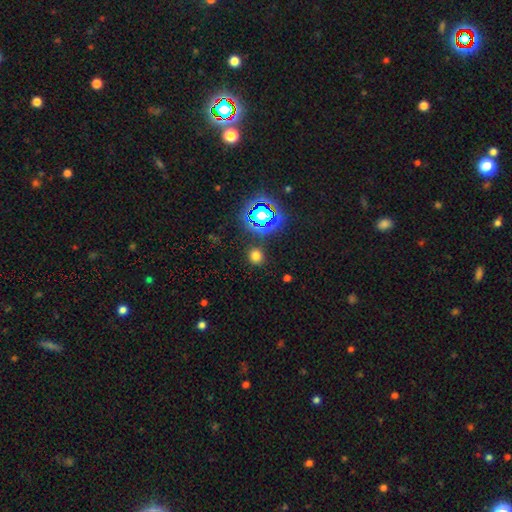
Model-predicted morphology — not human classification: type=smooth (68%); roundness=round (85%); merging=none (86%).